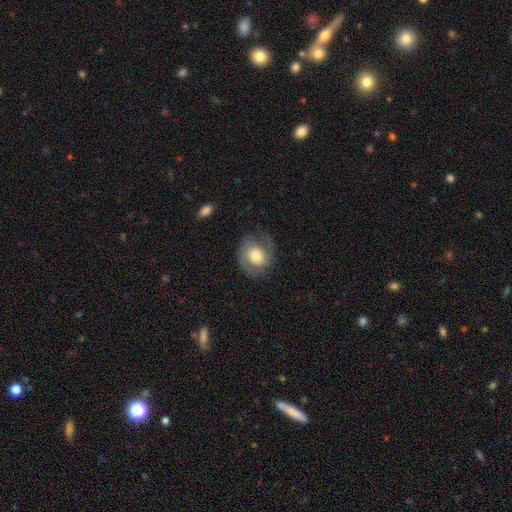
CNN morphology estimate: smooth-or-featured: featured or disk: 67% | smooth: 26% | star or artifact: 7%
  disk-edge-on: no: 98% | yes: 2%
    bar: no: 66% | weak: 28% | strong: 7%
    has-spiral-arms: yes: 87% | no: 13%
      spiral-winding: medium: 48% | tight: 33% | loose: 19%
      spiral-arm-count: 2: 86% | can't tell: 6% | 1: 5% | 3: 1% | 4: 1% | more than 4: 1%
    bulge-size: large: 46% | moderate: 35% | small: 9% | dominant: 7% | none: 3%
  merging: none: 70% | minor disturbance: 17% | major disturbance: 11% | merger: 1%